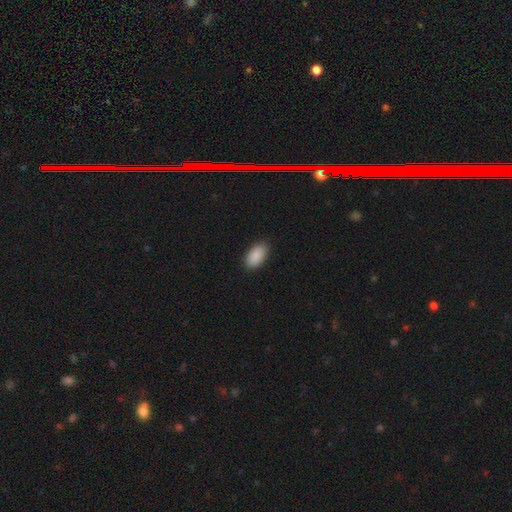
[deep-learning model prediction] Smooth or featured?
  - smooth: 90% *
  - star or artifact: 6%
  - featured or disk: 4%
How rounded?
  - in between: 94% *
  - round: 4%
  - cigar-shaped: 2%
Merging?
  - none: 86% *
  - minor disturbance: 11%
  - major disturbance: 2%
  - merger: 1%